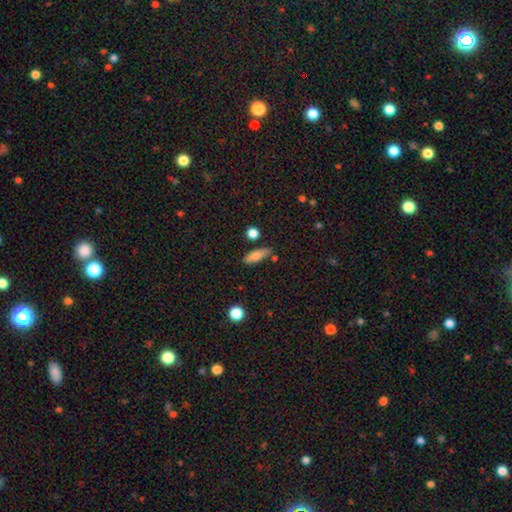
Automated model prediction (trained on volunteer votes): Smooth or featured? smooth (80%)
How rounded? in between (58%)
Merging? none (73%)